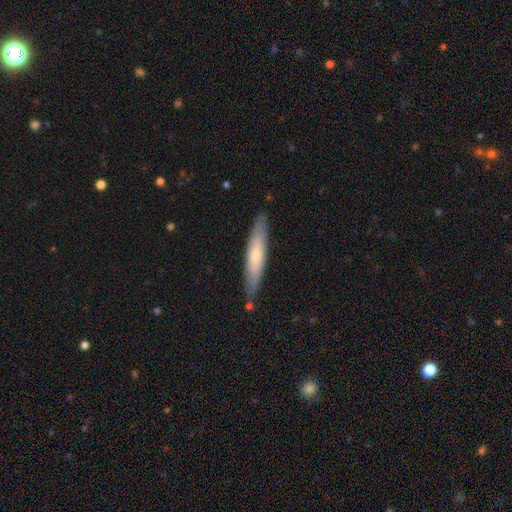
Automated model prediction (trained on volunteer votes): A smooth galaxy with no disk features (59%) that is cigar-shaped (89%).

Vote fractions:
- Smooth or featured? smooth: 59% / featured or disk: 36% / star or artifact: 5%
- How rounded? cigar-shaped: 89% / in between: 10% / round: 1%
- Merging? none: 85% / minor disturbance: 11% / merger: 2% / major disturbance: 2%